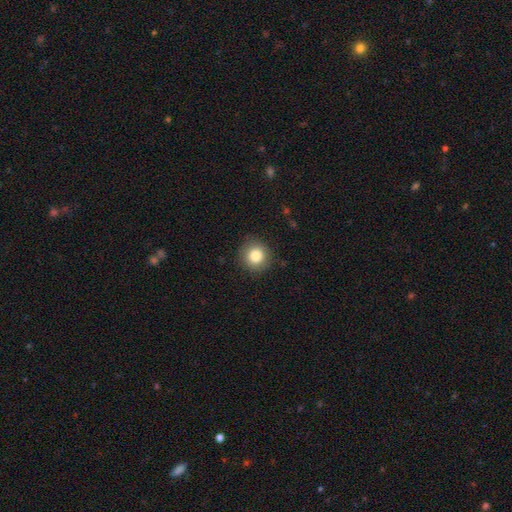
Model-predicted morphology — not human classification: A smooth galaxy with no disk features (84%) that is round (91%).

Vote fractions:
- Smooth or featured? smooth: 84% / star or artifact: 10% / featured or disk: 7%
- How rounded? round: 91% / in between: 8% / cigar-shaped: 1%
- Merging? none: 88% / minor disturbance: 8% / major disturbance: 3% / merger: 1%